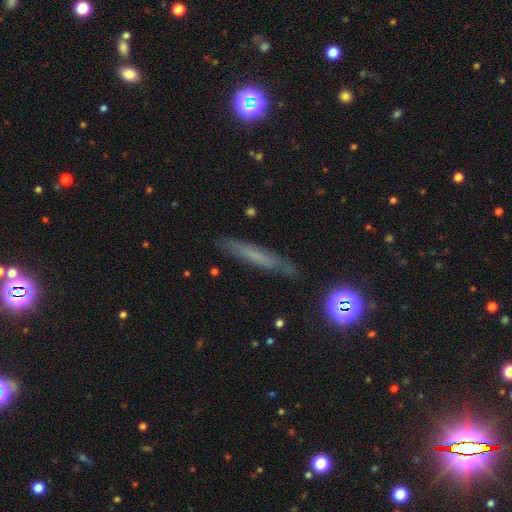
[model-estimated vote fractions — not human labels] This appears to be a smooth galaxy with no disk features (50%) that is cigar-shaped (91%). Merging: none (83%).